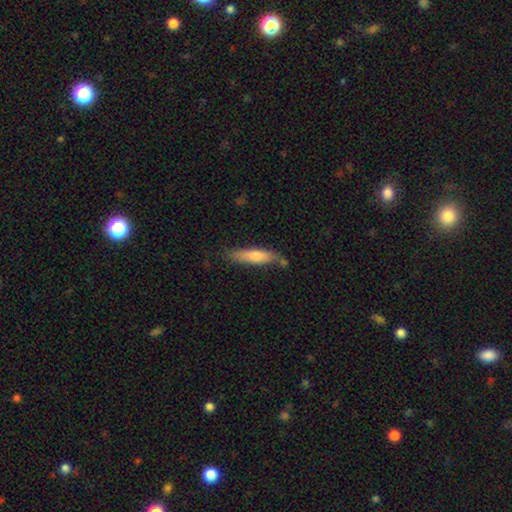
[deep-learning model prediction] The model was most divided on "smooth or featured": smooth: 62%, featured or disk: 31%, star or artifact: 6%. More confident: how rounded — cigar-shaped (84%); merging — none (75%).